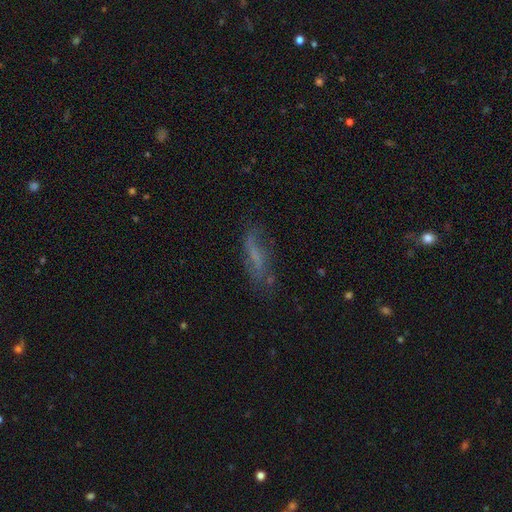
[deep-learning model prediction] A smooth galaxy with no disk features (46%).

Vote fractions:
- Smooth or featured? smooth: 46% / featured or disk: 40% / star or artifact: 14%
- Merging? none: 59% / minor disturbance: 24% / major disturbance: 14% / merger: 3%